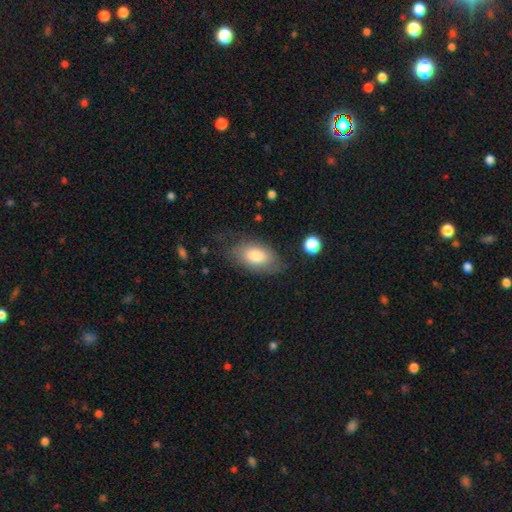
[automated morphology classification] Smooth or featured: smooth — 77% (featured or disk — 16%)
How rounded: in between — 92% (round — 5%)
Merging: none — 66% (minor disturbance — 22%)